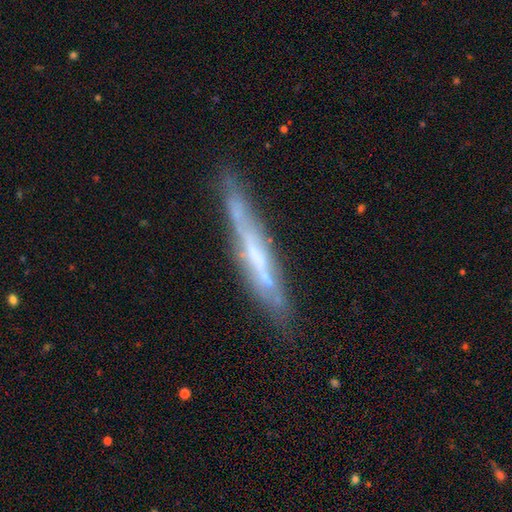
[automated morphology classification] Smooth or featured?
  - featured or disk: 67% *
  - smooth: 26%
  - star or artifact: 7%
Edge-on disk?
  - yes: 84% *
  - no: 16%
Edge-on bulge?
  - none: 68% *
  - boxy: 16%
  - rounded: 16%
Merging?
  - none: 74% *
  - minor disturbance: 18%
  - major disturbance: 5%
  - merger: 3%